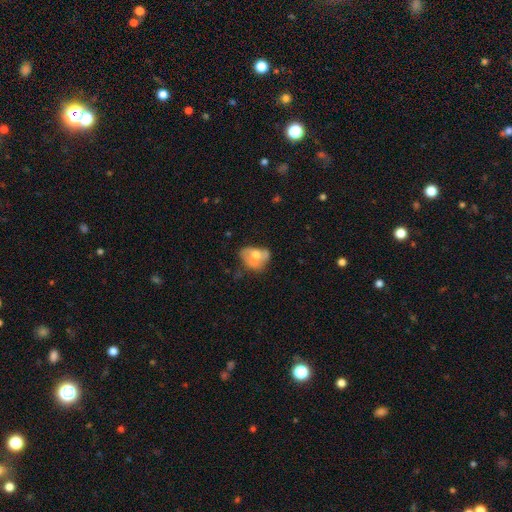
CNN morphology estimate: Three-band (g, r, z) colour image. It shows a smooth galaxy with no disk features (52%) that is in between round and cigar-shaped (65%). Merging: none (31%).